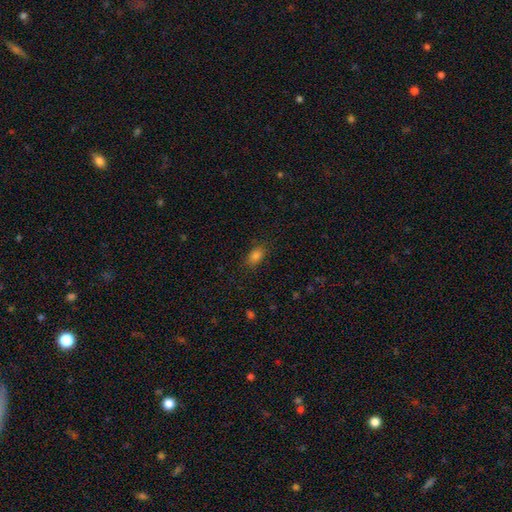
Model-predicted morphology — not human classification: Q: Smooth or featured?
A: smooth (82%); runner-up: star or artifact (13%)
Q: How rounded?
A: in between (85%); runner-up: round (12%)
Q: Merging?
A: none (84%); runner-up: minor disturbance (12%)